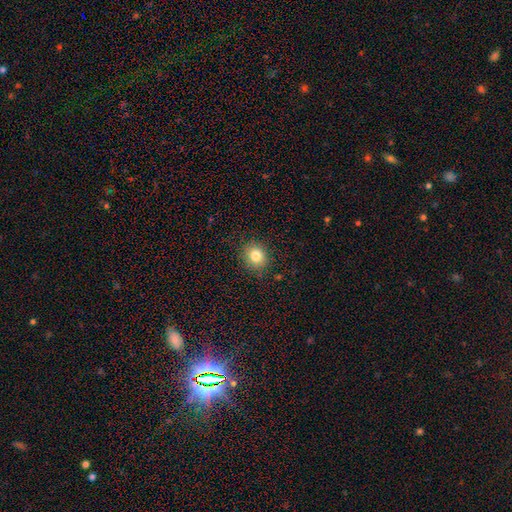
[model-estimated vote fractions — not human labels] The model was most divided on "how rounded": round: 71%, in between: 28%, cigar-shaped: 1%. More confident: merging — none (87%); smooth or featured — smooth (81%).